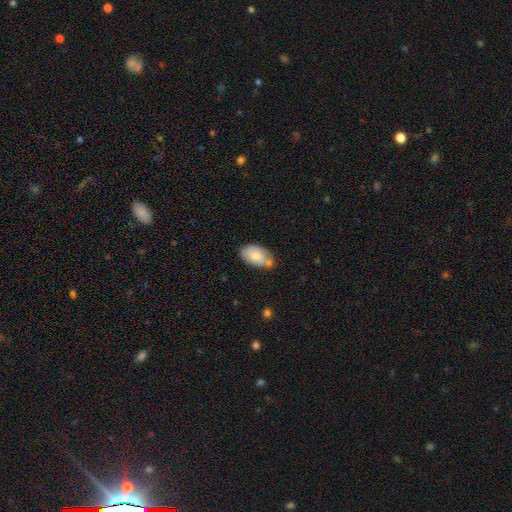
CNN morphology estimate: smooth-or-featured: smooth: 74% | featured or disk: 19% | star or artifact: 6%
  how-rounded: in between: 93% | round: 5% | cigar-shaped: 2%
  merging: none: 54% | minor disturbance: 25% | merger: 16% | major disturbance: 5%